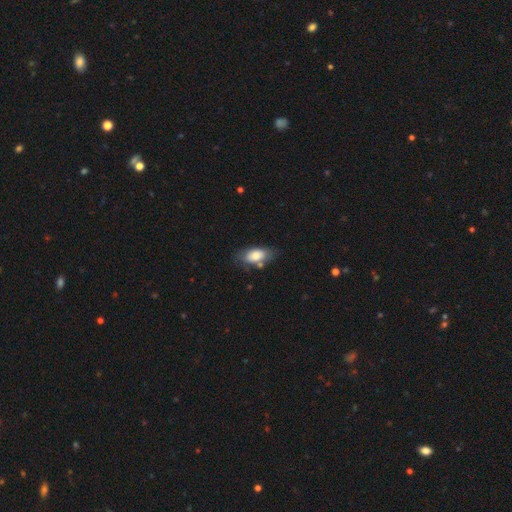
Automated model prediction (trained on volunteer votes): Smooth or featured: smooth — 75% (featured or disk — 18%)
How rounded: in between — 90% (cigar-shaped — 6%)
Merging: none — 65% (minor disturbance — 21%)